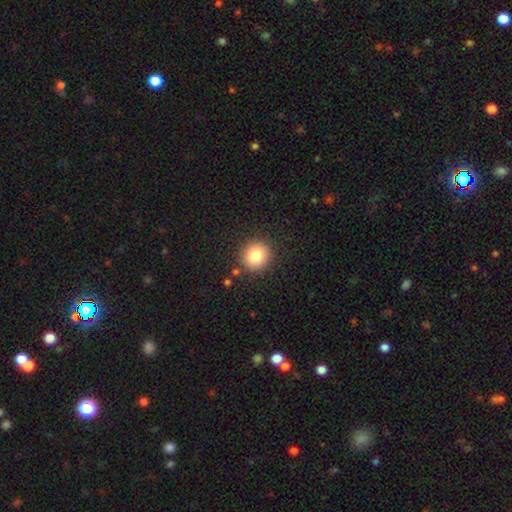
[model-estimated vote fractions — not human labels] Smooth or featured? Predicted: smooth (p=0.82). How rounded? Predicted: round (p=0.89). Merging? Predicted: none (p=0.88).